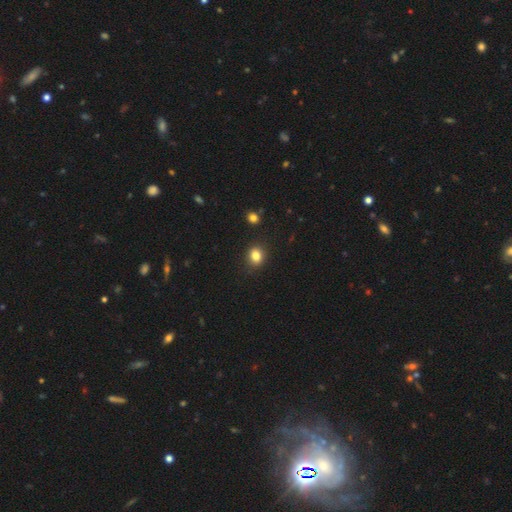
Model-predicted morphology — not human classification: Q: Smooth or featured?
A: smooth (83%); runner-up: star or artifact (12%)
Q: How rounded?
A: round (58%); runner-up: in between (41%)
Q: Merging?
A: none (87%); runner-up: minor disturbance (9%)